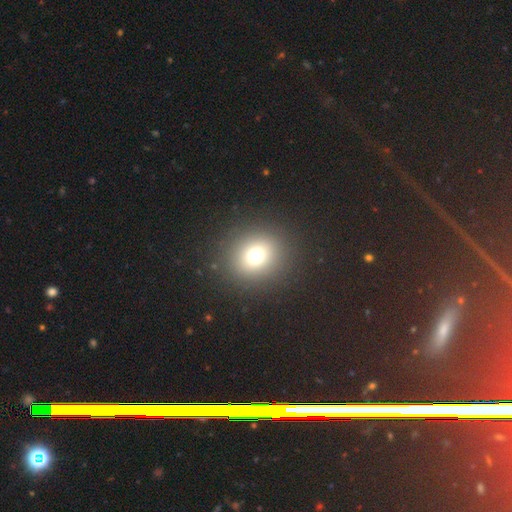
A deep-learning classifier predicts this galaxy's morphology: A smooth galaxy with no disk features (72%) that is round (80%). Merging: none (88%).